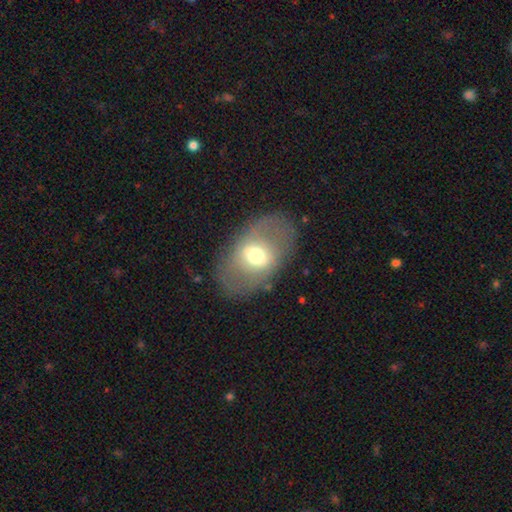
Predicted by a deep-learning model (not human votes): Overall: featured or disk (50%; smooth 41%). Edge-on disk: no (86%). Merging: none (75%).